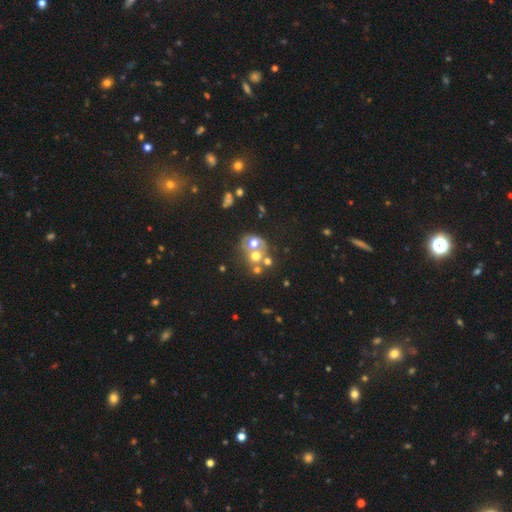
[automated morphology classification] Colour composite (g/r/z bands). It shows a smooth galaxy with no disk features (53%) that is round (75%). Merging: merger (48%).